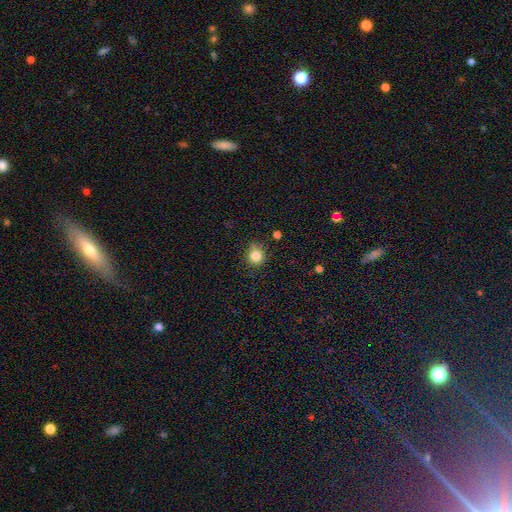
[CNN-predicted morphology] smooth 83%, star or artifact 12%, featured or disk 5%. Down the decision tree: how rounded — round (86%); merging — none (79%).